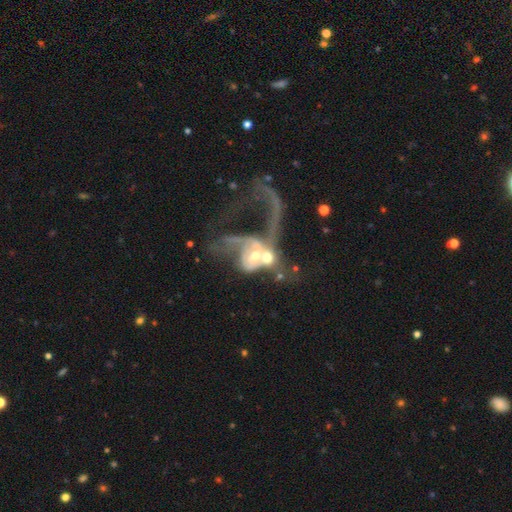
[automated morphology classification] Overall: featured or disk (68%). Edge-on disk: no (94%). Bar: no (68%). Spiral arms: yes (58%; no 42%). Bulge size: moderate (54%; small 23%). Merging: merger (66%).